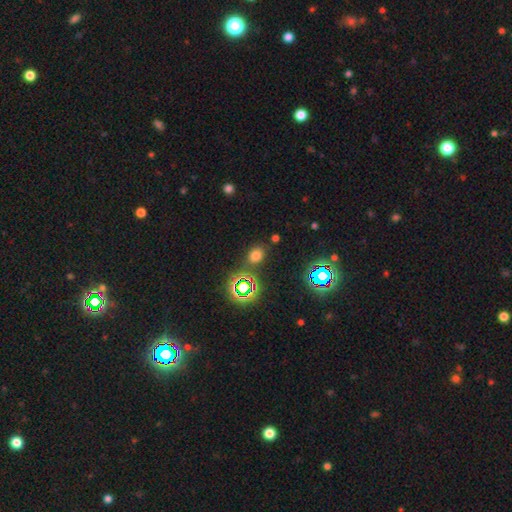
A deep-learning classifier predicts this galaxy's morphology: Q: Smooth or featured?
A: smooth (65%); runner-up: star or artifact (28%)
Q: How rounded?
A: round (54%); runner-up: in between (45%)
Q: Merging?
A: none (81%); runner-up: minor disturbance (10%)